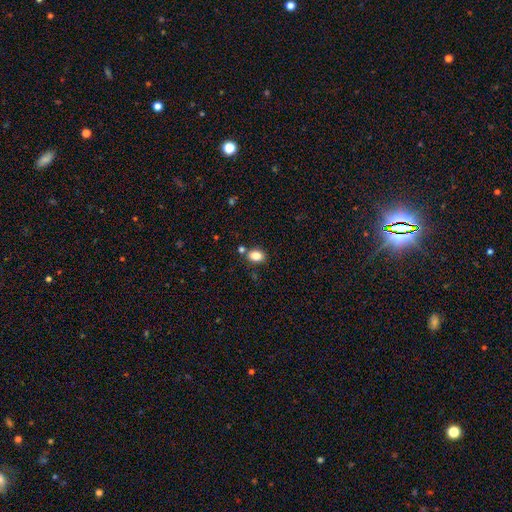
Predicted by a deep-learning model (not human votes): A smooth galaxy with no disk features (85%) that is in between round and cigar-shaped (77%). Merging: none (75%).